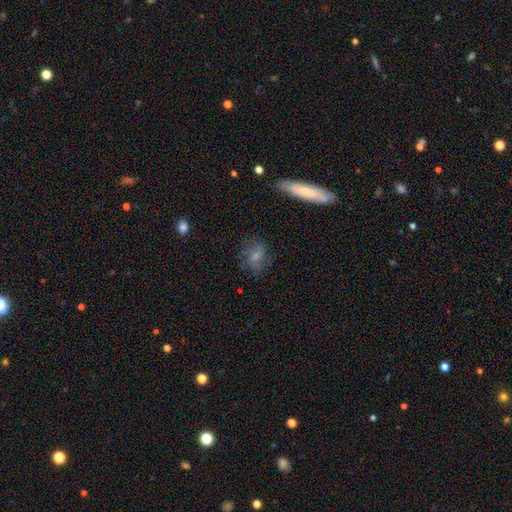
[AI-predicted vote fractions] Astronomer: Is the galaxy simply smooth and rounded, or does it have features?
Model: smooth — 56% (runner-up: featured or disk, 33%).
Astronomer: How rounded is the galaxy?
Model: in between — 57% (runner-up: round, 39%).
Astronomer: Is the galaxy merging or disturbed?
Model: none — 64%.